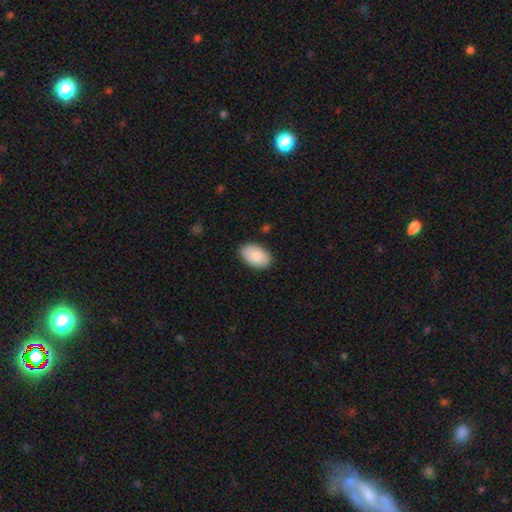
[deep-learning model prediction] Q: Smooth or featured?
A: smooth (89%); runner-up: star or artifact (6%)
Q: How rounded?
A: in between (93%); runner-up: round (6%)
Q: Merging?
A: none (86%); runner-up: minor disturbance (11%)